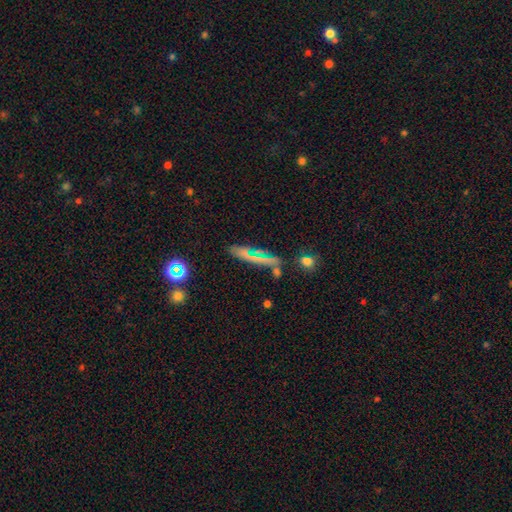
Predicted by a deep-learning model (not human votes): A smooth galaxy with no disk features (46%). Merging: none (60%).